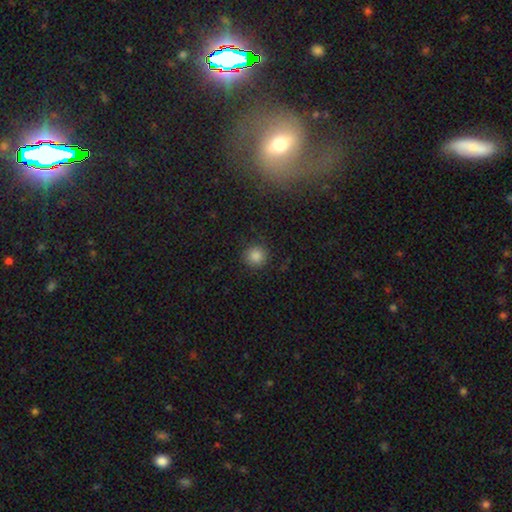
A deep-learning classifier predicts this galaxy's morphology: Smooth or featured? Predicted: smooth (p=0.84). How rounded? Predicted: round (p=0.94). Merging? Predicted: none (p=0.88).